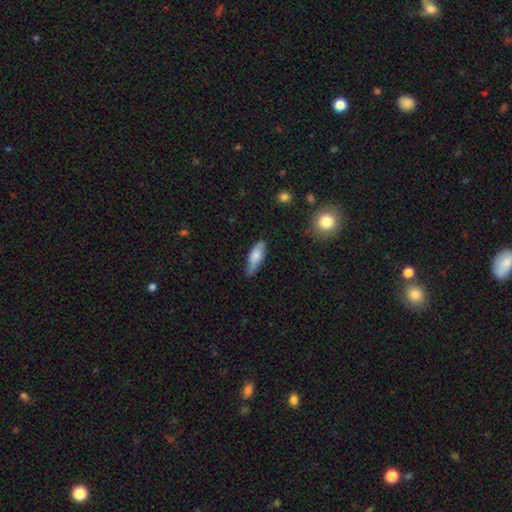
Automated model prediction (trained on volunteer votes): smooth_or_featured: smooth (p=0.69) [alt: featured or disk p=0.25]
how_rounded: in between (p=0.62) [alt: cigar-shaped p=0.36]
merging: none (p=0.60) [alt: minor disturbance p=0.32]